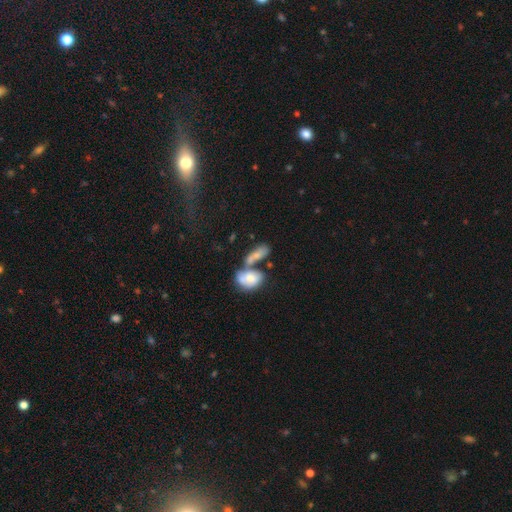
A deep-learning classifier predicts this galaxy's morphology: A smooth galaxy with no disk features (67%) that is in between round and cigar-shaped (80%).

Vote fractions:
- Smooth or featured? smooth: 67% / featured or disk: 24% / star or artifact: 9%
- How rounded? in between: 80% / cigar-shaped: 11% / round: 9%
- Merging? merger: 58% / none: 25% / minor disturbance: 11% / major disturbance: 7%